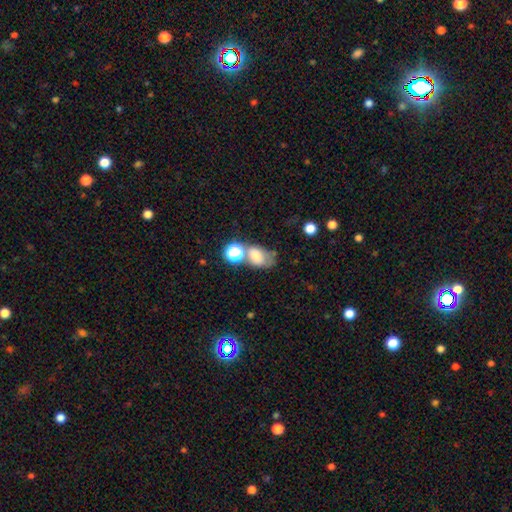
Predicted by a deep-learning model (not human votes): Smooth or featured: smooth — 70% (featured or disk — 16%)
How rounded: in between — 72% (round — 27%)
Merging: merger — 36% (none — 33%)